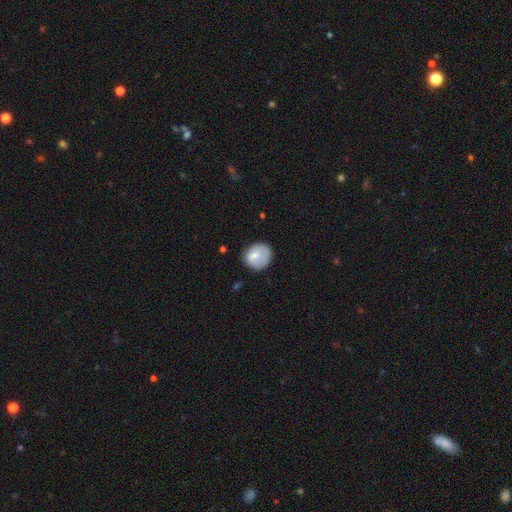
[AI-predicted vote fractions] Smooth or featured? Predicted: smooth (p=0.75). How rounded? Predicted: round (p=0.72). Merging? Predicted: none (p=0.63).